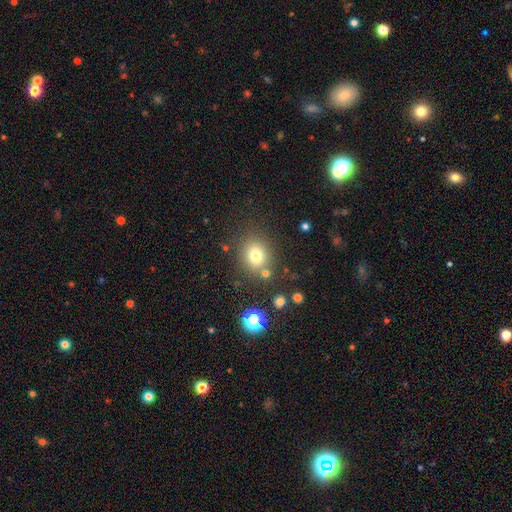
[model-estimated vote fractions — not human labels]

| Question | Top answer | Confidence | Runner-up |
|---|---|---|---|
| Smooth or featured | smooth | 76% | star or artifact (15%) |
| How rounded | round | 74% | in between (25%) |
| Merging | none | 79% | minor disturbance (10%) |